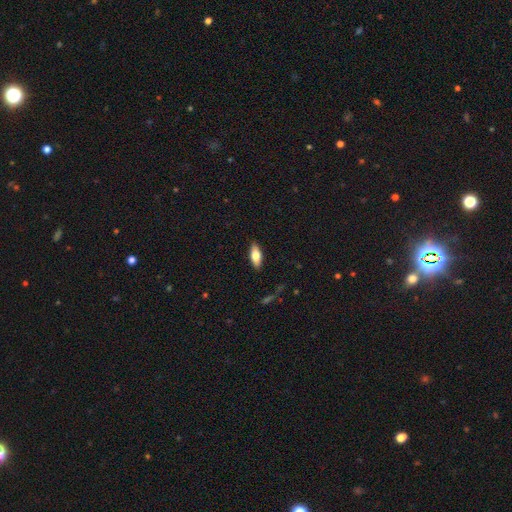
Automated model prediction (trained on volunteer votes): A smooth galaxy with no disk features (69%) that is in between round and cigar-shaped (76%). Merging: none (88%).